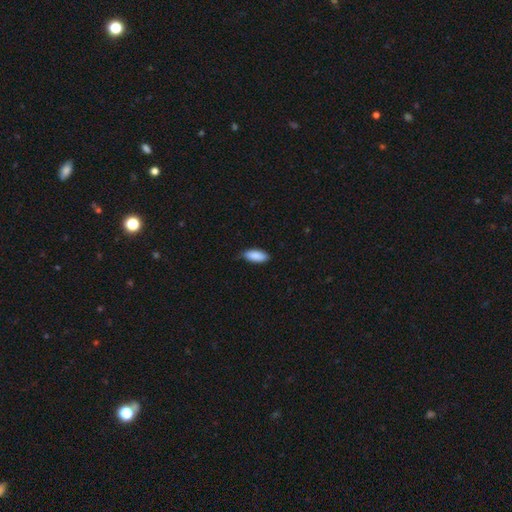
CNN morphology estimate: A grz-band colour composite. It shows a smooth galaxy with no disk features (90%) that is in between round and cigar-shaped (83%). Merging: none (79%).